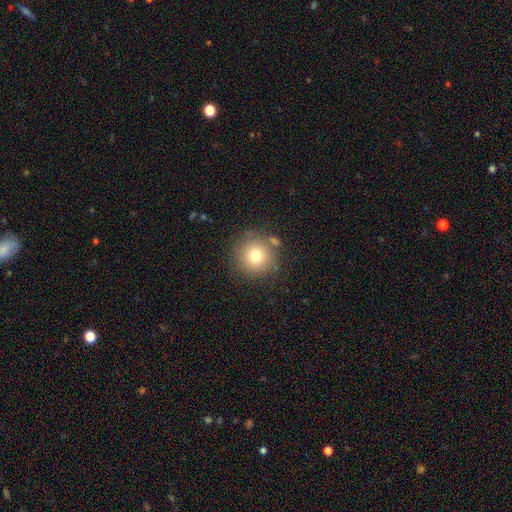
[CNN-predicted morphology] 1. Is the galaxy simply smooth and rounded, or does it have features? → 76% smooth, 12% star or artifact, 12% featured or disk.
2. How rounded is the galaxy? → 94% round, 5% in between, 1% cigar-shaped.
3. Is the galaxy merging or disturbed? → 80% none, 10% minor disturbance, 6% merger, 4% major disturbance.